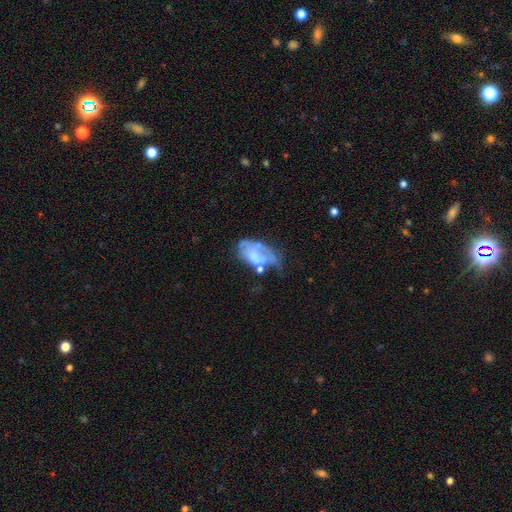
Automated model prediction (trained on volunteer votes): smooth_or_featured: featured or disk (p=0.51) [alt: smooth p=0.40]
disk_edge_on: no (p=0.96) [alt: yes p=0.04]
merging: major disturbance (p=0.37) [alt: minor disturbance p=0.26]